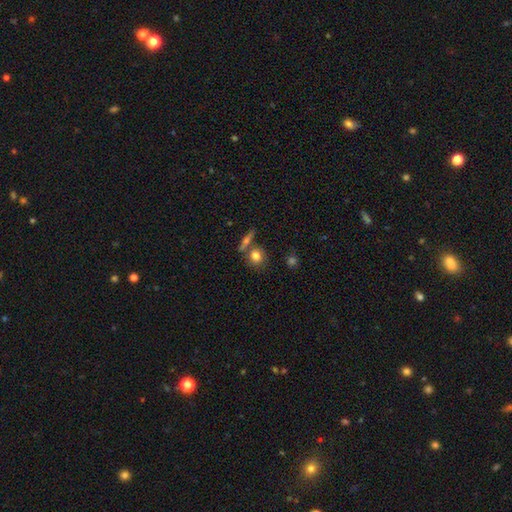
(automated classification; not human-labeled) smooth 76%, featured or disk 15%, star or artifact 9%. Down the decision tree: how rounded — round (75%); merging — none (60%).